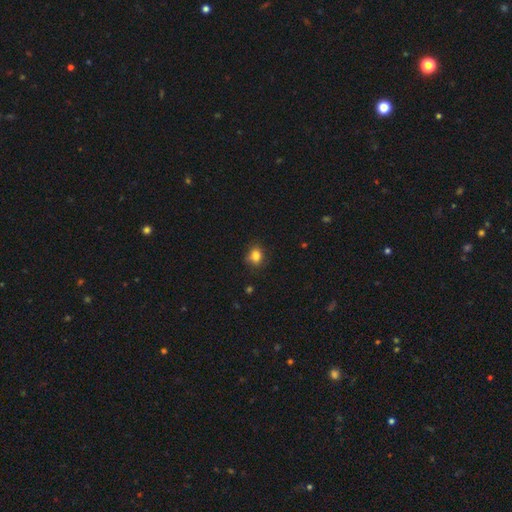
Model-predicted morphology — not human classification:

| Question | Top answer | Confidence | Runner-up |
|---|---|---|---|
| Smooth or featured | smooth | 83% | star or artifact (11%) |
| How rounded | round | 51% | in between (48%) |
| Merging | none | 78% | minor disturbance (17%) |